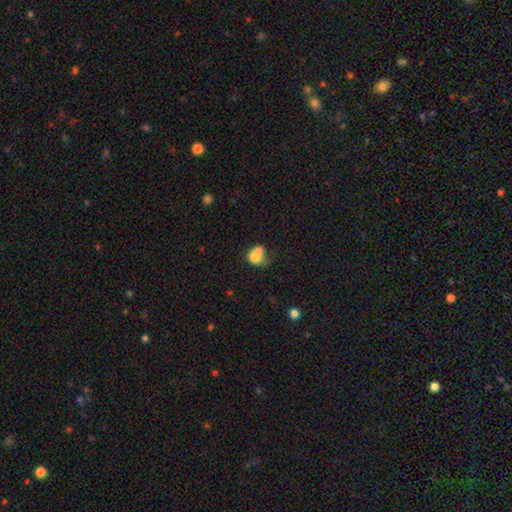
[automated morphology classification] Smooth or featured: smooth — 74% (featured or disk — 15%)
How rounded: in between — 56% (round — 43%)
Merging: merger — 29% (none — 26%)